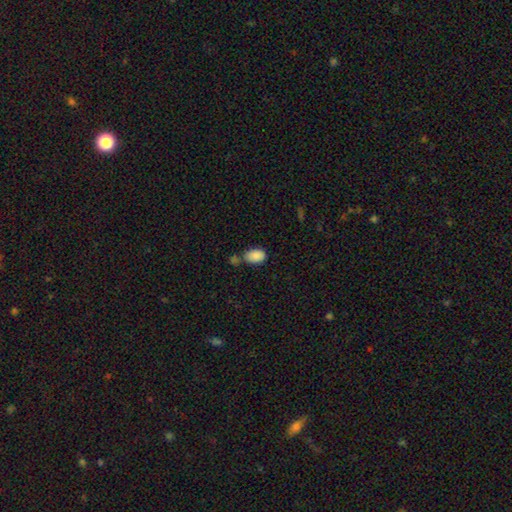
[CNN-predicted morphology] Smooth or featured?
  - smooth: 88% *
  - star or artifact: 8%
  - featured or disk: 4%
How rounded?
  - in between: 90% *
  - round: 9%
  - cigar-shaped: 1%
Merging?
  - none: 54% *
  - merger: 23%
  - minor disturbance: 17%
  - major disturbance: 5%